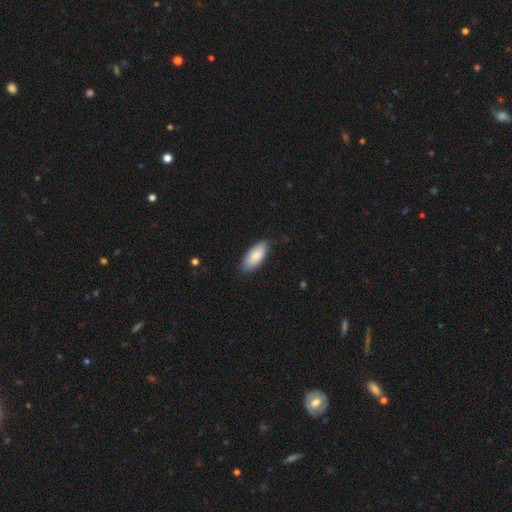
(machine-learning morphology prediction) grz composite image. It shows a smooth galaxy with no disk features (87%) that is in between round and cigar-shaped (89%). Merging: none (81%).